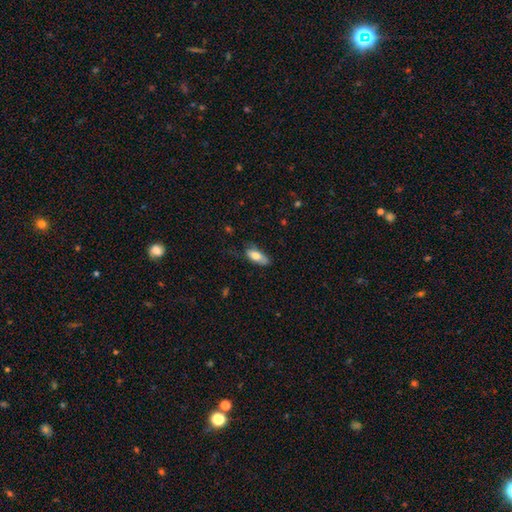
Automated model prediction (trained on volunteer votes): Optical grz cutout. It shows a smooth galaxy with no disk features (75%) that is in between round and cigar-shaped (81%). Merging: none (61%).